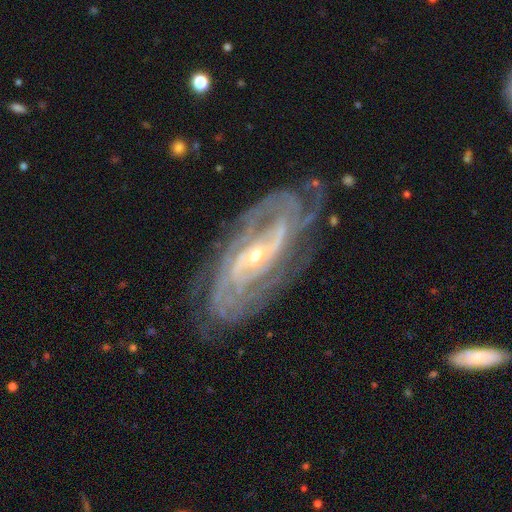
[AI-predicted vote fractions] Smooth or featured? featured or disk (91%)
Edge-on disk? no (93%)
Bar? no (35%)
Spiral arms? yes (97%)
Spiral winding? tight (63%)
Spiral arm count? 2 (25%, tied with can't tell)
Bulge size? small (71%)
Merging? none (76%)